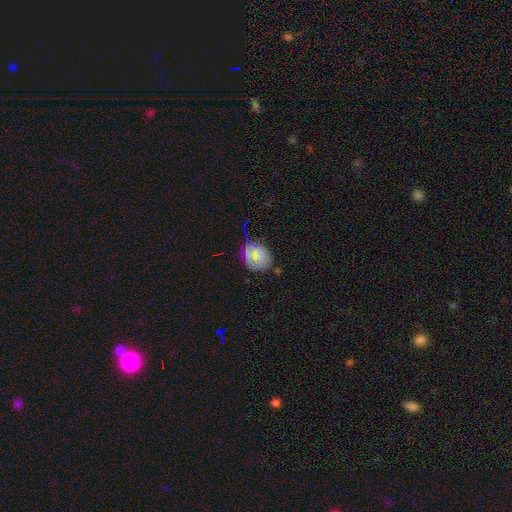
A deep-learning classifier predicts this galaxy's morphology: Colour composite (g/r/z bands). It shows a smooth galaxy with no disk features (53%) that is round (68%). Merging: none (78%).